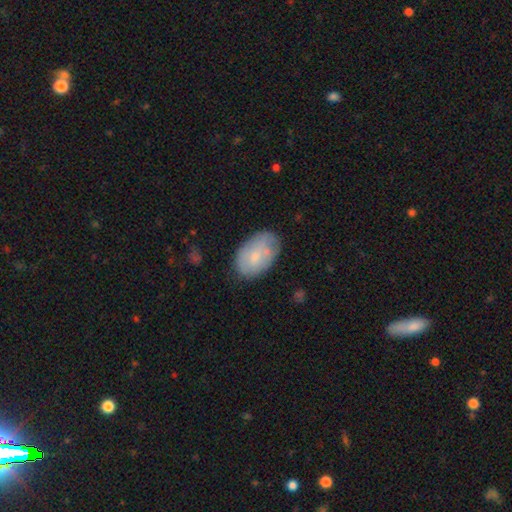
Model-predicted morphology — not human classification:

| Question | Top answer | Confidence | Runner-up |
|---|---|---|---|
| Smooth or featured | smooth | 71% | featured or disk (22%) |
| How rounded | in between | 91% | round (8%) |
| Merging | none | 71% | minor disturbance (22%) |